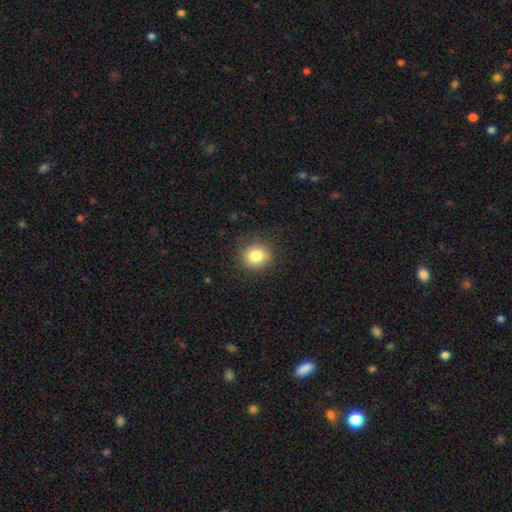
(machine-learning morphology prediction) This appears to be a smooth galaxy with no disk features (82%) that is round (90%). Merging: none (86%).